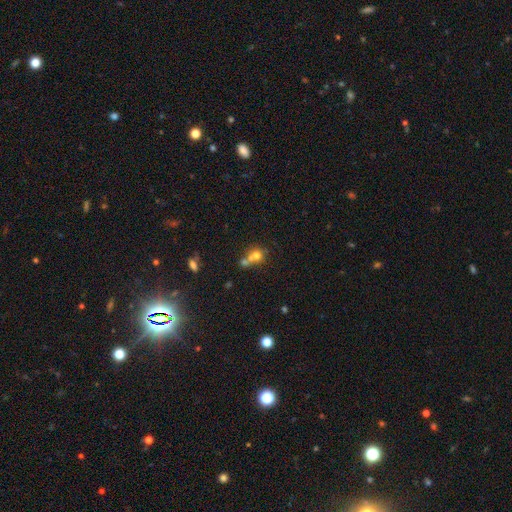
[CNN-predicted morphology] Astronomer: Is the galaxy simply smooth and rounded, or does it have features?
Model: smooth — 68%.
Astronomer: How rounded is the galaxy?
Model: round — 82%.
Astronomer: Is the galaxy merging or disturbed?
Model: merger — 53% (runner-up: none, 36%).